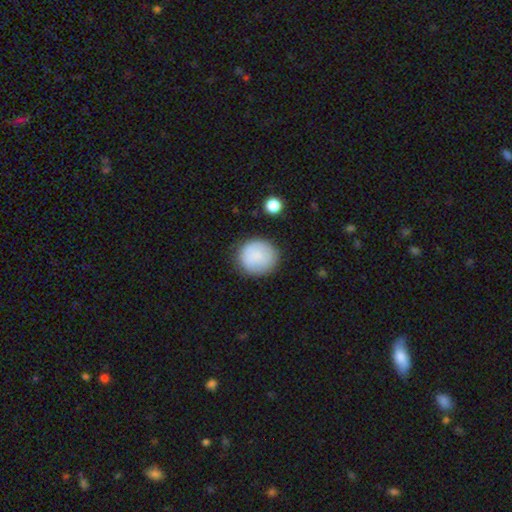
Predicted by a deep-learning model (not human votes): A smooth galaxy with no disk features (86%) that is round (89%).

Vote fractions:
- Smooth or featured? smooth: 86% / star or artifact: 7% / featured or disk: 7%
- How rounded? round: 89% / in between: 10% / cigar-shaped: 1%
- Merging? none: 83% / minor disturbance: 12% / major disturbance: 3% / merger: 2%